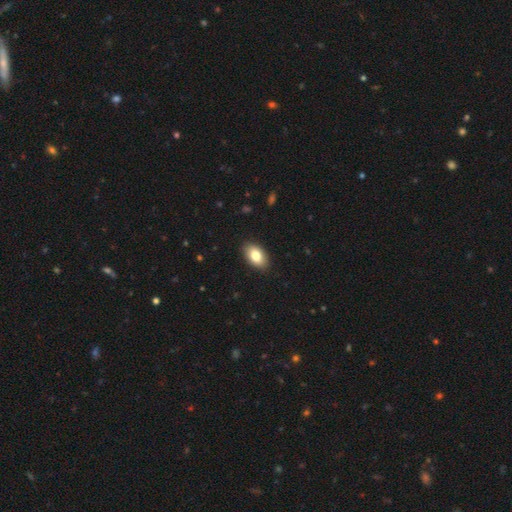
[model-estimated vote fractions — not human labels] Smooth or featured?
  - smooth: 82% *
  - featured or disk: 11%
  - star or artifact: 7%
How rounded?
  - in between: 92% *
  - round: 7%
  - cigar-shaped: 2%
Merging?
  - none: 89% *
  - minor disturbance: 8%
  - major disturbance: 2%
  - merger: 1%